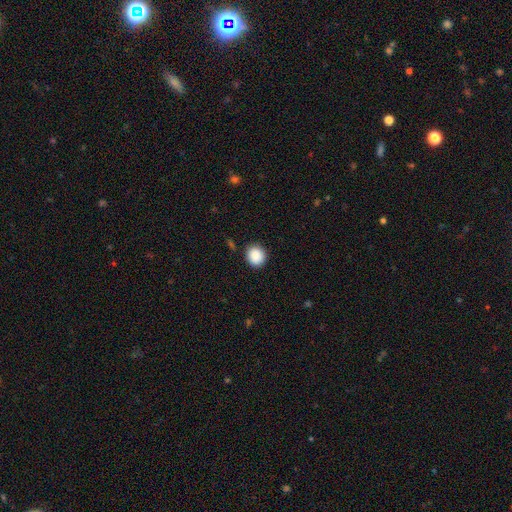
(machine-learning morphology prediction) This appears to be a smooth galaxy with no disk features (89%) that is round (84%). Merging: none (89%).